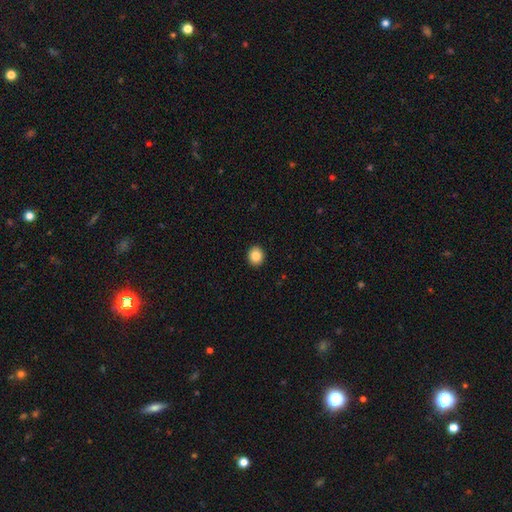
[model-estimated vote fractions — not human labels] Smooth or featured? Predicted: smooth (p=0.86). How rounded? Predicted: round (p=0.77). Merging? Predicted: none (p=0.93).